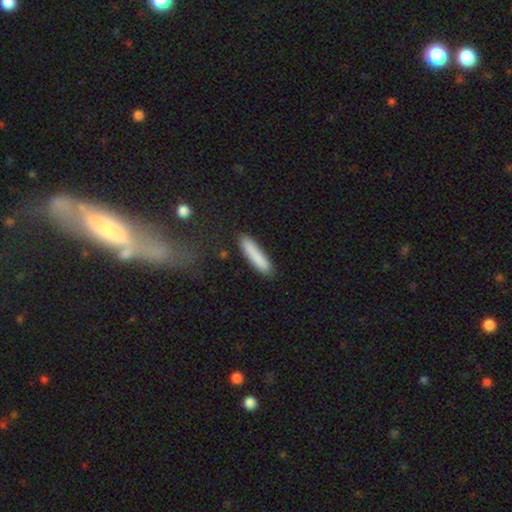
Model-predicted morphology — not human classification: type=smooth (85%); roundness=cigar-shaped (85%); merging=none (85%).